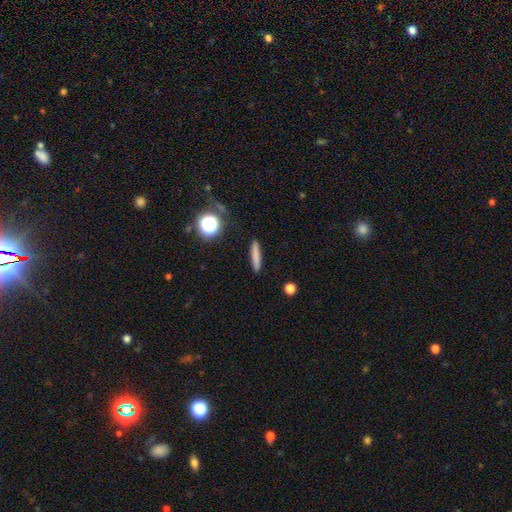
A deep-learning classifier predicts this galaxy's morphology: This appears to be a smooth galaxy with no disk features (77%) that is cigar-shaped (92%). Merging: none (90%).